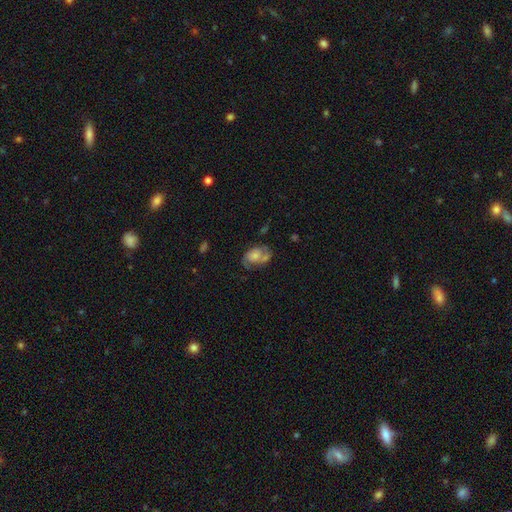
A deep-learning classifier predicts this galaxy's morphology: smooth-or-featured: featured or disk: 58% | smooth: 34% | star or artifact: 8%
  disk-edge-on: no: 97% | yes: 3%
    bar: no: 75% | weak: 21% | strong: 4%
    has-spiral-arms: yes: 81% | no: 19%
    bulge-size: small: 42% | moderate: 34% | none: 12% | large: 9% | dominant: 2%
  merging: none: 48% | minor disturbance: 24% | major disturbance: 16% | merger: 12%